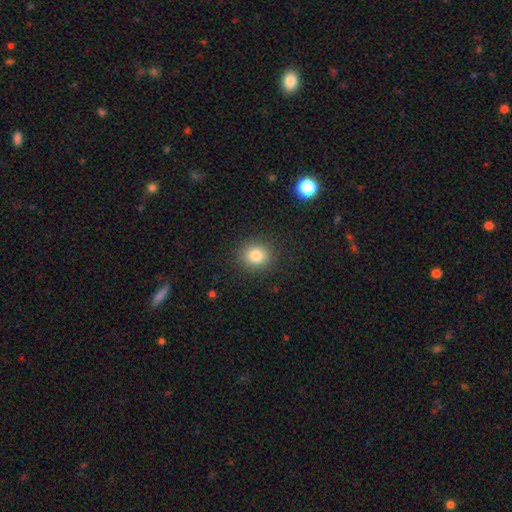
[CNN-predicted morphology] This is clearly a smooth galaxy (82%). How rounded: clearly round (81%). Merging: clearly none (90%).